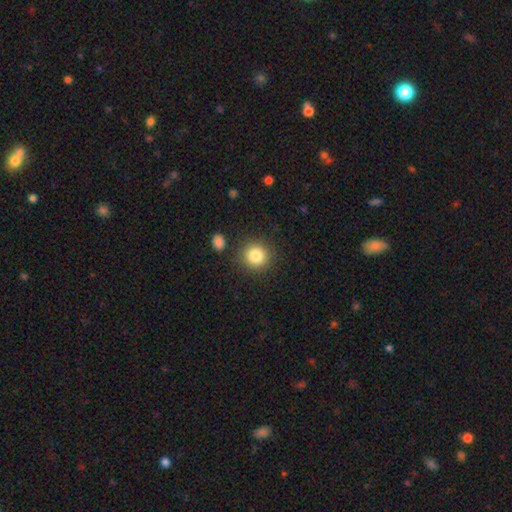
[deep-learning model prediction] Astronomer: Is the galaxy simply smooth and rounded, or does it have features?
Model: smooth — 84%.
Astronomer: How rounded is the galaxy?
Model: round — 90%.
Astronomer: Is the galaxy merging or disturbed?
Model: none — 86%.